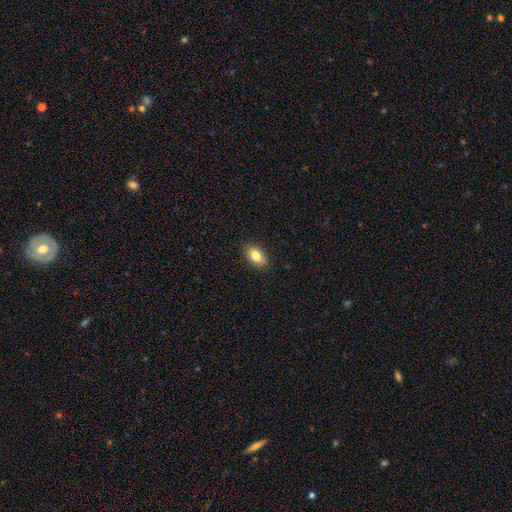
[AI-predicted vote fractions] smooth_or_featured: smooth (p=0.82) [alt: featured or disk p=0.10]
how_rounded: in between (p=0.89) [alt: round p=0.08]
merging: none (p=0.87) [alt: minor disturbance p=0.10]